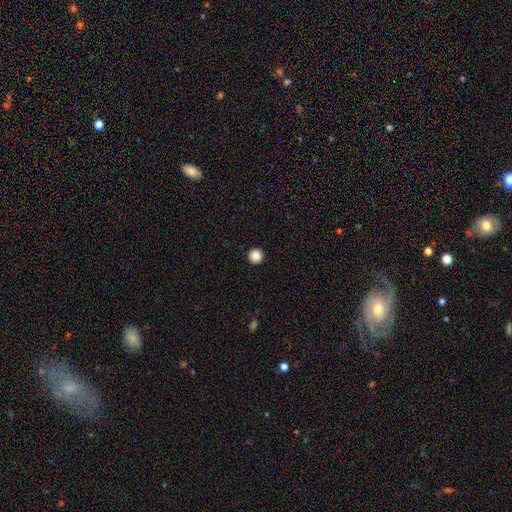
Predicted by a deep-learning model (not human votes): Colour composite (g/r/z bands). It shows a smooth galaxy with no disk features (87%) that is round (97%). Merging: none (94%).